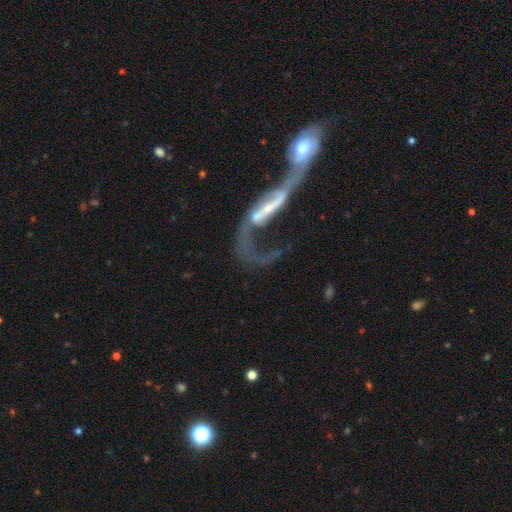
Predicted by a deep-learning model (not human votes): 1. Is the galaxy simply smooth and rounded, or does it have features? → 76% featured or disk, 13% smooth, 10% star or artifact.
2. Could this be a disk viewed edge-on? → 89% no, 11% yes.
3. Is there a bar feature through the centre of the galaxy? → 38% no, 35% weak, 27% strong.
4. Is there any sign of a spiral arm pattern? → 76% yes, 24% no.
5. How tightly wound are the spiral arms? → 83% loose, 12% medium, 5% tight.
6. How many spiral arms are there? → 56% 2, 31% 1, 8% can't tell, 2% 3, 1% 4, 1% more than 4.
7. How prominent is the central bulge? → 44% small, 31% moderate, 19% none, 5% large, 2% dominant.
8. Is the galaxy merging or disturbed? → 66% merger, 16% major disturbance, 12% none, 5% minor disturbance.